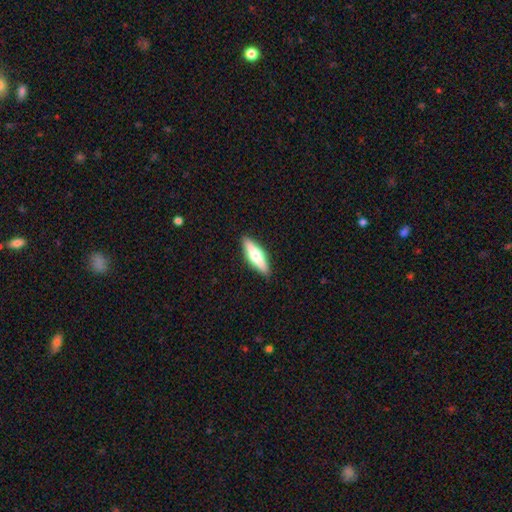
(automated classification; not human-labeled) smooth_or_featured: featured or disk (p=0.48) [alt: smooth p=0.47]
merging: none (p=0.90) [alt: minor disturbance p=0.07]